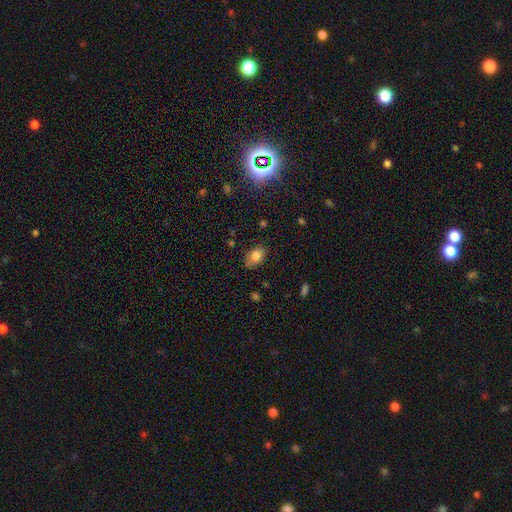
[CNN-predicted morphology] smooth-or-featured: smooth: 81% | featured or disk: 10% | star or artifact: 9%
  how-rounded: in between: 87% | round: 12% | cigar-shaped: 2%
  merging: none: 78% | minor disturbance: 17% | major disturbance: 4% | merger: 1%